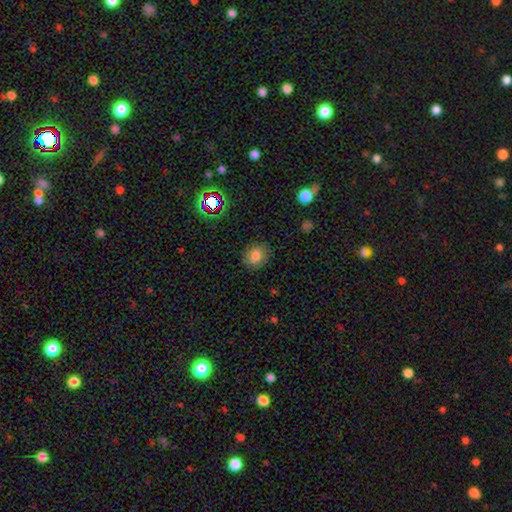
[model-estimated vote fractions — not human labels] Smooth or featured?
  - smooth: 76% *
  - star or artifact: 13%
  - featured or disk: 11%
How rounded?
  - round: 59% *
  - in between: 40%
  - cigar-shaped: 1%
Merging?
  - none: 84% *
  - minor disturbance: 11%
  - major disturbance: 3%
  - merger: 1%